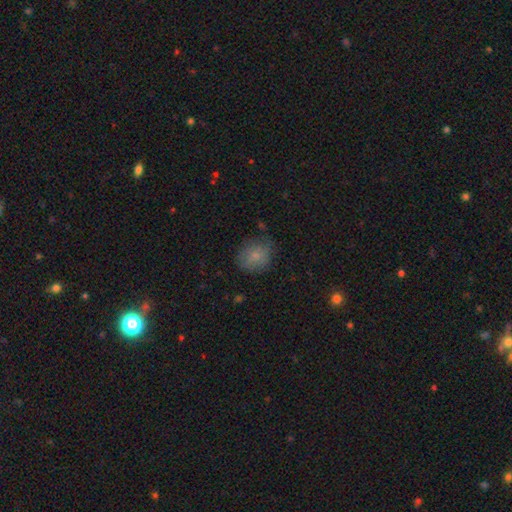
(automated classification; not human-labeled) Smooth or featured? smooth (78%)
How rounded? round (69%)
Merging? none (69%)